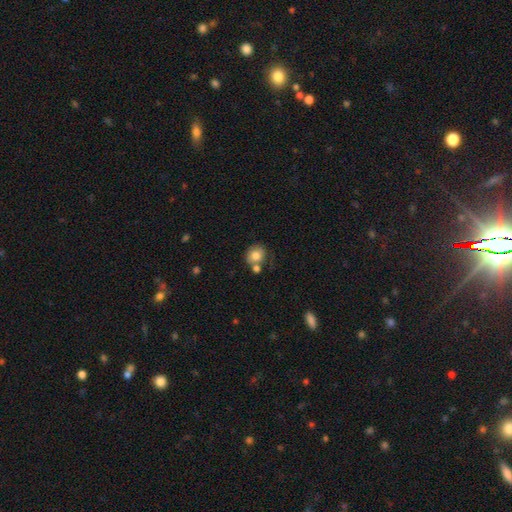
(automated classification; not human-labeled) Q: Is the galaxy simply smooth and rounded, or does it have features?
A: smooth — 79%.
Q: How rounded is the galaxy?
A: round — 77%.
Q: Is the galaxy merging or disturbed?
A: none — 55%.